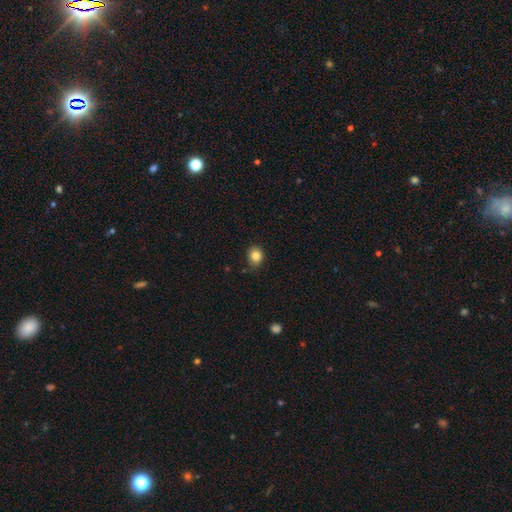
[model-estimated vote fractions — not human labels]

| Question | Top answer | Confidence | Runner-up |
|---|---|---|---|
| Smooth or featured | smooth | 83% | star or artifact (11%) |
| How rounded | round | 59% | in between (40%) |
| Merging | none | 81% | minor disturbance (15%) |